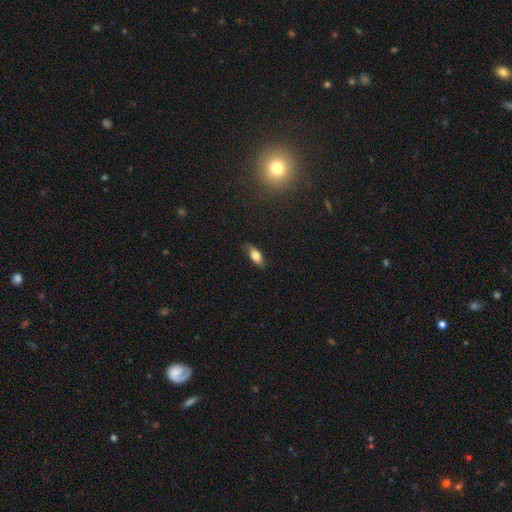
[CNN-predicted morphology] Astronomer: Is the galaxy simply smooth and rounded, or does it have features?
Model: smooth — 73%.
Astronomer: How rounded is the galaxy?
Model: in between — 80%.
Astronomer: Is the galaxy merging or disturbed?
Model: none — 82%.